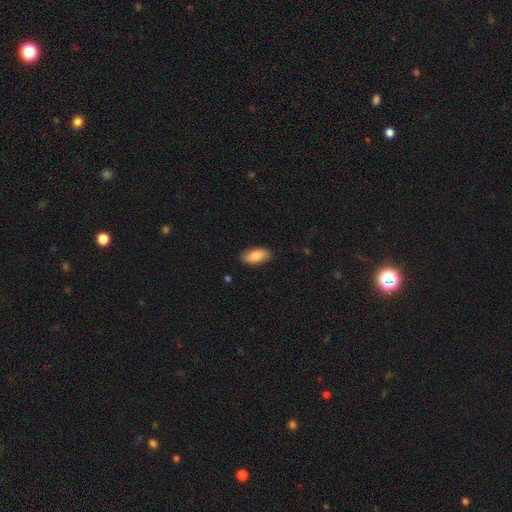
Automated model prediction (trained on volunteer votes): Smooth or featured?
  - smooth: 78% *
  - featured or disk: 16%
  - star or artifact: 6%
How rounded?
  - in between: 90% *
  - cigar-shaped: 7%
  - round: 3%
Merging?
  - none: 85% *
  - minor disturbance: 11%
  - major disturbance: 2%
  - merger: 1%